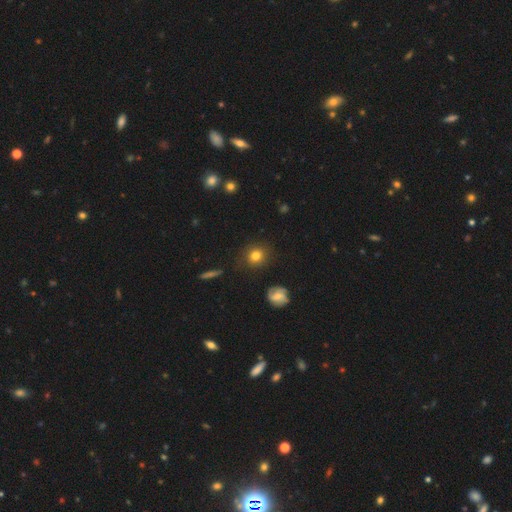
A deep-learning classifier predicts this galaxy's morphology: Smooth or featured?
  - smooth: 79% *
  - star or artifact: 11%
  - featured or disk: 10%
How rounded?
  - round: 85% *
  - in between: 13%
  - cigar-shaped: 1%
Merging?
  - none: 84% *
  - minor disturbance: 11%
  - major disturbance: 3%
  - merger: 2%